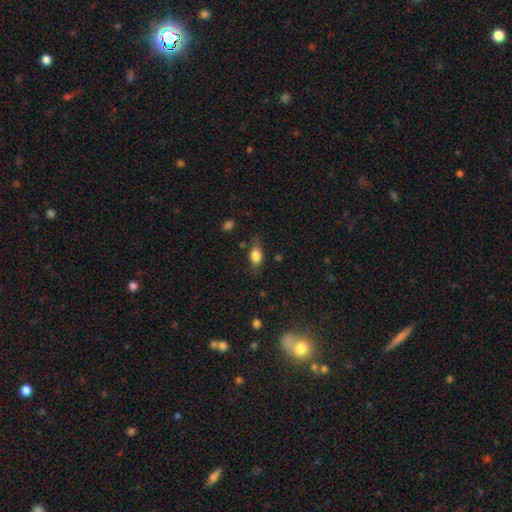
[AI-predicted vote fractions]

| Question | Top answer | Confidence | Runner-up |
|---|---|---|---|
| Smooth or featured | smooth | 78% | featured or disk (14%) |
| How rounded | in between | 79% | round (12%) |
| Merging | none | 68% | minor disturbance (22%) |